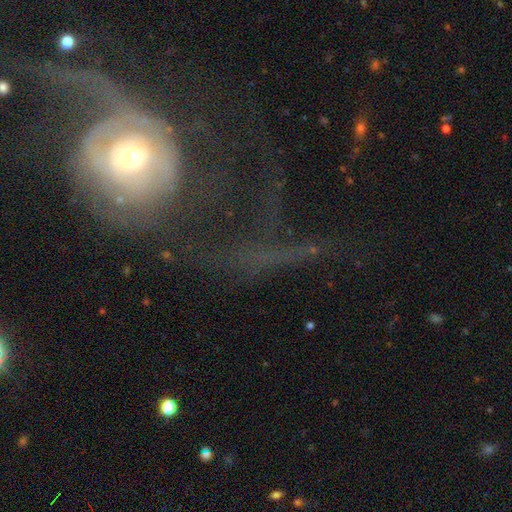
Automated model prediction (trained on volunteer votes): Overall: featured or disk (55%; smooth 26%). Edge-on disk: no (86%). Merging: major disturbance (50%; none 33%).